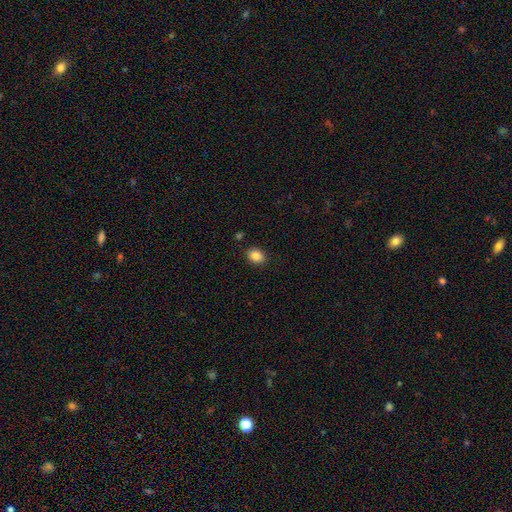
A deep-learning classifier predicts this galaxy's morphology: This appears to be a smooth galaxy with no disk features (86%) that is in between round and cigar-shaped (52%). Merging: none (87%).